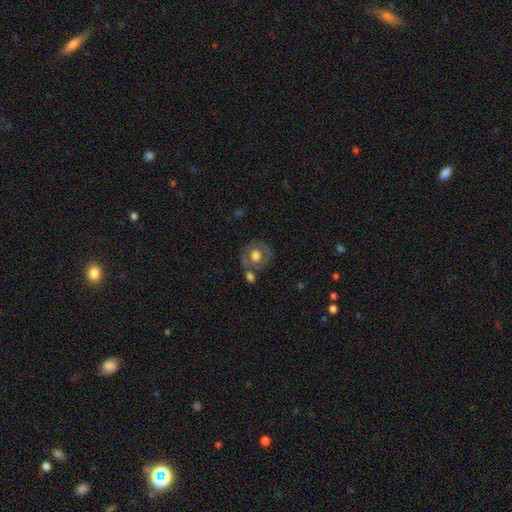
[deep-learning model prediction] Morphology: type=smooth (53%); roundness=round (82%); merging=none (62%).